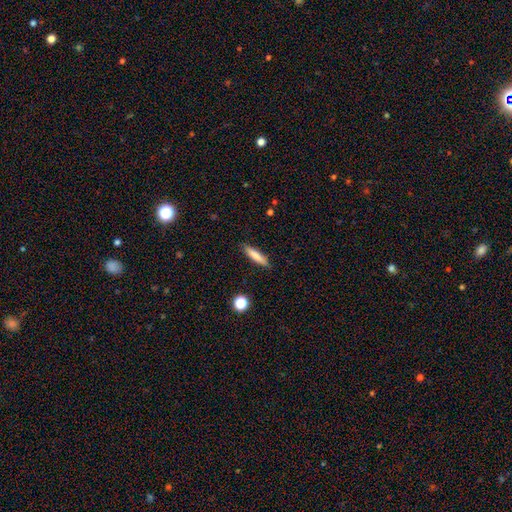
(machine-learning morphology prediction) type=smooth (79%); roundness=cigar-shaped (83%); merging=none (87%).